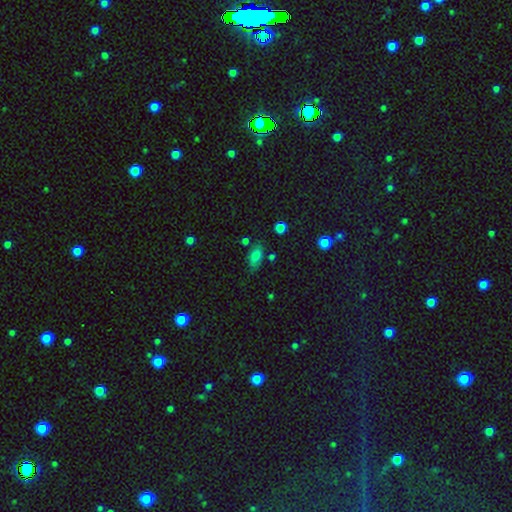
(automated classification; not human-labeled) This appears to be a smooth galaxy with no disk features (76%) that is in between round and cigar-shaped (85%). Merging: none (65%).